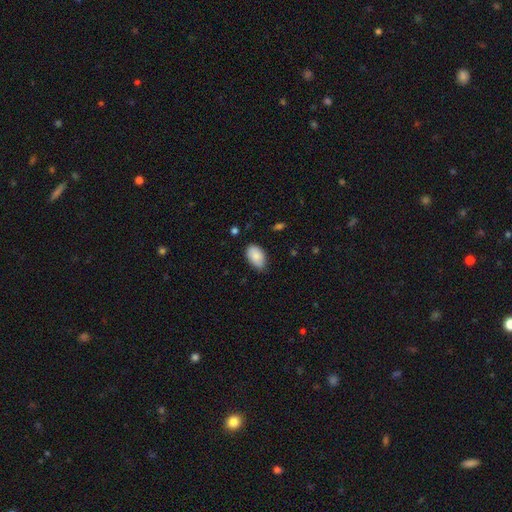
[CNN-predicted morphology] smooth-or-featured: smooth: 86% | featured or disk: 8% | star or artifact: 7%
  how-rounded: in between: 93% | round: 5% | cigar-shaped: 1%
  merging: none: 72% | minor disturbance: 24% | major disturbance: 3% | merger: 1%